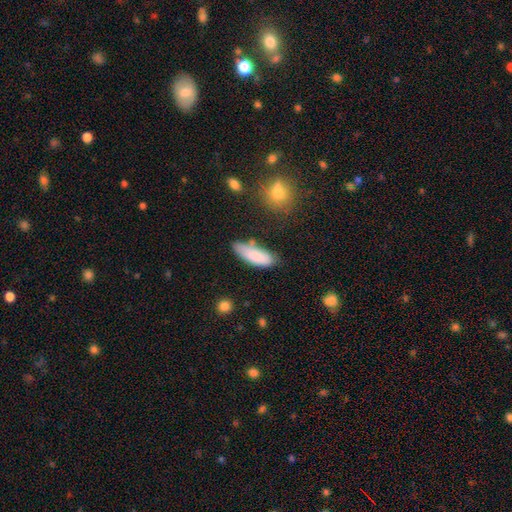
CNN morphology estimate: This is clearly a smooth galaxy (83%). How rounded: likely in between (62%). Merging: likely none (62%).